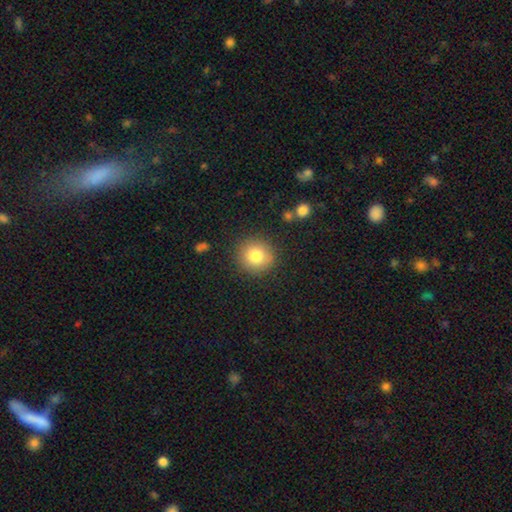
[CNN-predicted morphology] Smooth or featured: smooth — 81% (star or artifact — 10%)
How rounded: round — 92% (in between — 7%)
Merging: none — 87% (minor disturbance — 8%)